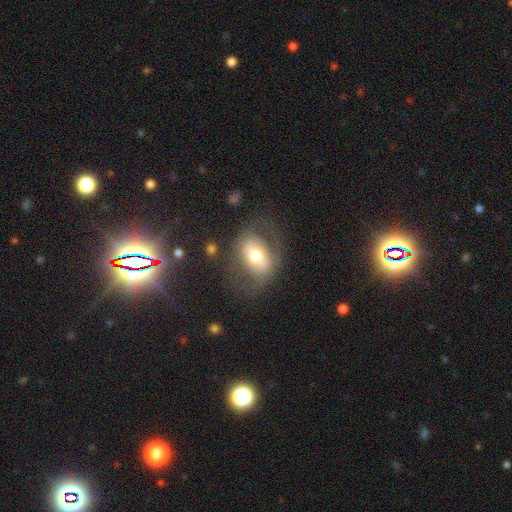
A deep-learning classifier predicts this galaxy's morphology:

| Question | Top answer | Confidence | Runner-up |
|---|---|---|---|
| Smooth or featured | smooth | 47% | featured or disk (45%) |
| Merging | none | 63% | minor disturbance (17%) |